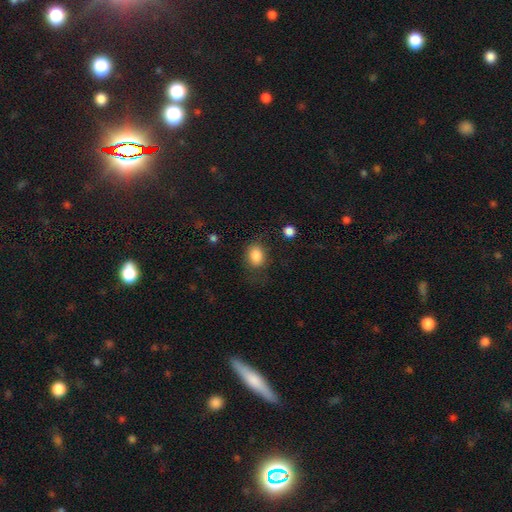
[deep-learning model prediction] Smooth or featured?
  - smooth: 85% *
  - star or artifact: 9%
  - featured or disk: 6%
How rounded?
  - in between: 63% *
  - round: 35%
  - cigar-shaped: 1%
Merging?
  - none: 71% *
  - minor disturbance: 18%
  - major disturbance: 9%
  - merger: 2%